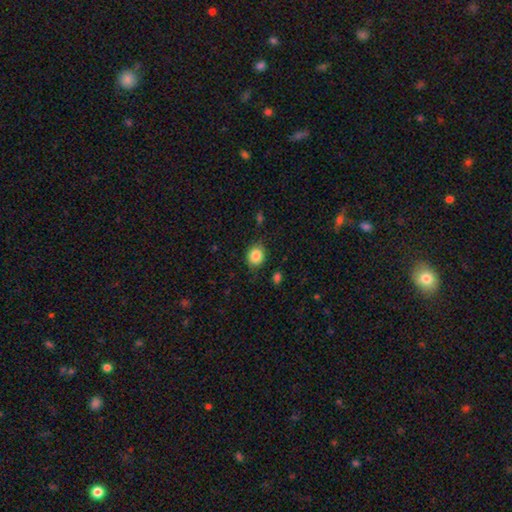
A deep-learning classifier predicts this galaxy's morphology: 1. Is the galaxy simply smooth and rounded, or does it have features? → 86% smooth, 9% star or artifact, 6% featured or disk.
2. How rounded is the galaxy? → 68% round, 31% in between, 1% cigar-shaped.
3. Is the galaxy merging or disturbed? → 80% none, 15% minor disturbance, 3% major disturbance, 2% merger.